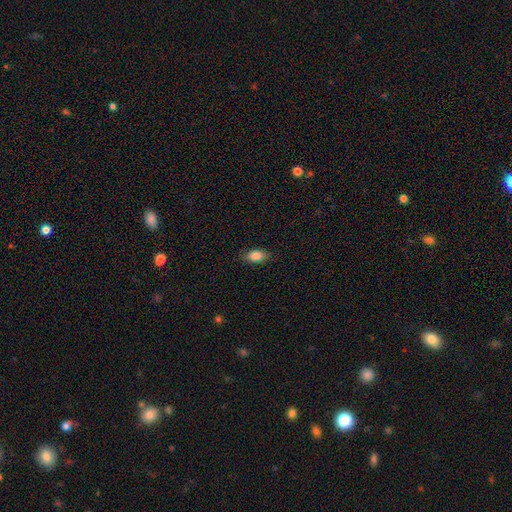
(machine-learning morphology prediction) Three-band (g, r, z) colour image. It shows a smooth galaxy with no disk features (85%) that is in between round and cigar-shaped (88%). Merging: none (83%).